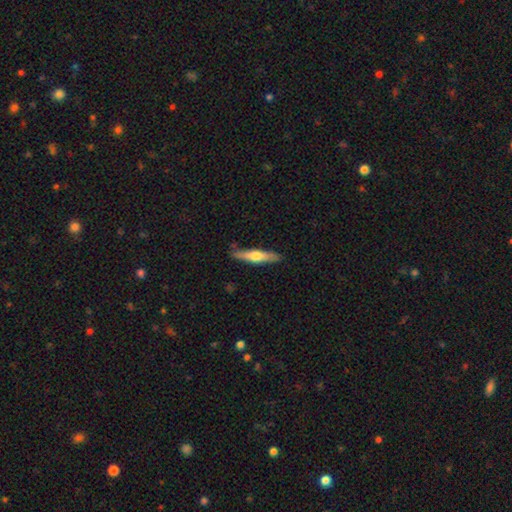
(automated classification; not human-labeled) A featured or disk galaxy (49%).

Vote fractions:
- Smooth or featured? featured or disk: 49% / smooth: 45% / star or artifact: 5%
- Merging? none: 87% / minor disturbance: 10% / major disturbance: 2% / merger: 2%